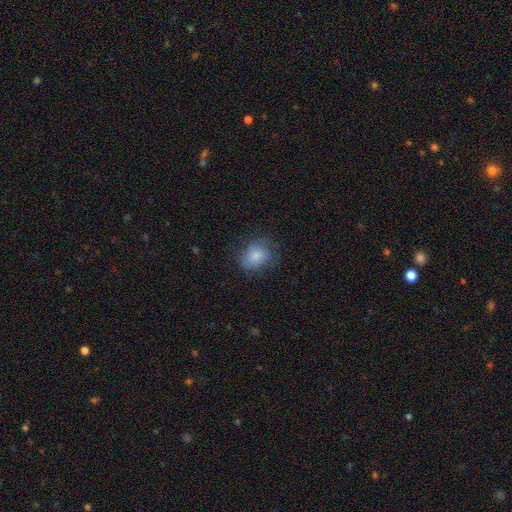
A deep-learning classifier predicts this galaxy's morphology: A smooth galaxy with no disk features (81%) that is in between round and cigar-shaped (54%). Merging: none (68%).